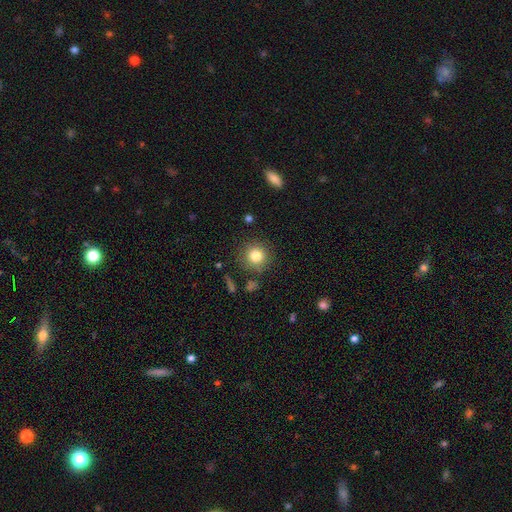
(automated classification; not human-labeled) Morphology: type=smooth (80%); roundness=round (92%); merging=none (85%).